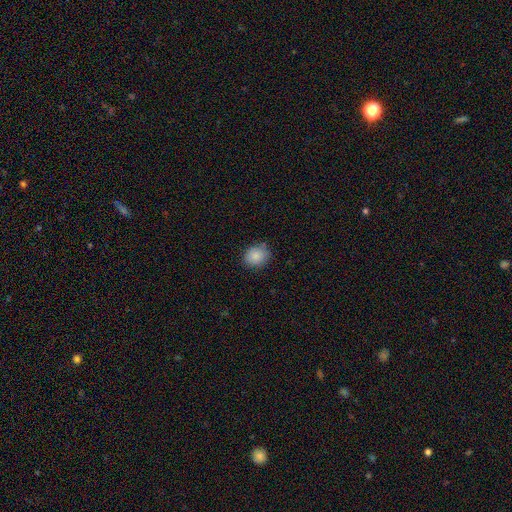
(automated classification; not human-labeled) Smooth or featured?
  - smooth: 87% *
  - star or artifact: 8%
  - featured or disk: 5%
How rounded?
  - round: 58% *
  - in between: 41%
  - cigar-shaped: 1%
Merging?
  - none: 79% *
  - minor disturbance: 17%
  - major disturbance: 3%
  - merger: 1%